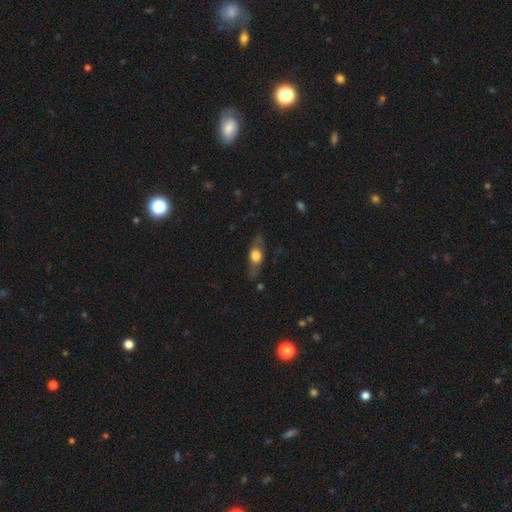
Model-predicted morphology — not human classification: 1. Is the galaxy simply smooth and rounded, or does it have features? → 47% featured or disk, 45% smooth, 7% star or artifact.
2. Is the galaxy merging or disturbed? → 72% none, 18% minor disturbance, 8% major disturbance, 2% merger.